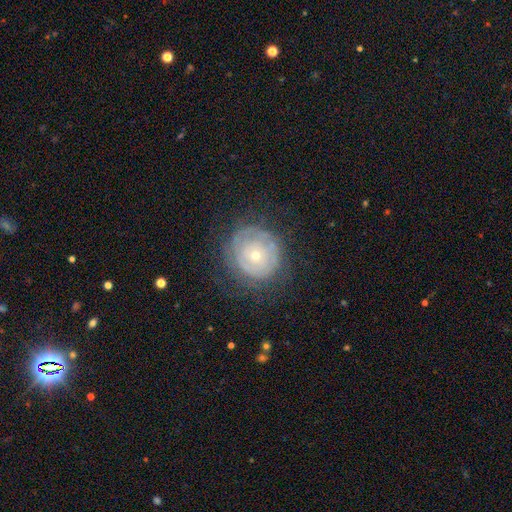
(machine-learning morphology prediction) Smooth or featured?
  - featured or disk: 62% *
  - smooth: 30%
  - star or artifact: 8%
Edge-on disk?
  - no: 97% *
  - yes: 3%
Bar?
  - no: 88% *
  - weak: 9%
  - strong: 2%
Spiral arms?
  - yes: 56% *
  - no: 44%
Bulge size?
  - small: 63% *
  - moderate: 33%
  - large: 2%
  - none: 1%
  - dominant: 1%
Merging?
  - none: 69% *
  - minor disturbance: 19%
  - major disturbance: 11%
  - merger: 1%